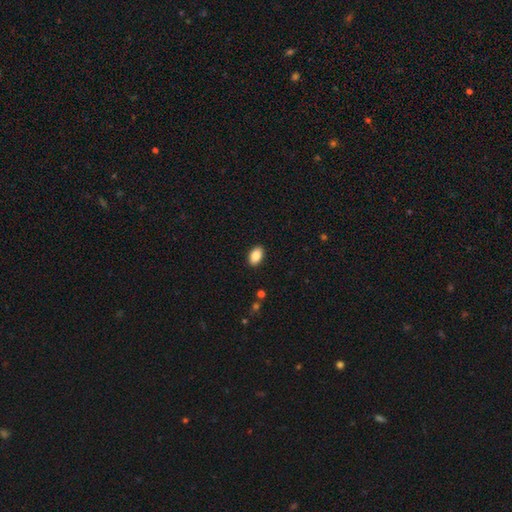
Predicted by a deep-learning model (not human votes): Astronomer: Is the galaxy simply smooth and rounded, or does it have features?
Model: smooth — 85%.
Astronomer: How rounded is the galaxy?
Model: in between — 91%.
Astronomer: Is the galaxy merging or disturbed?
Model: none — 90%.